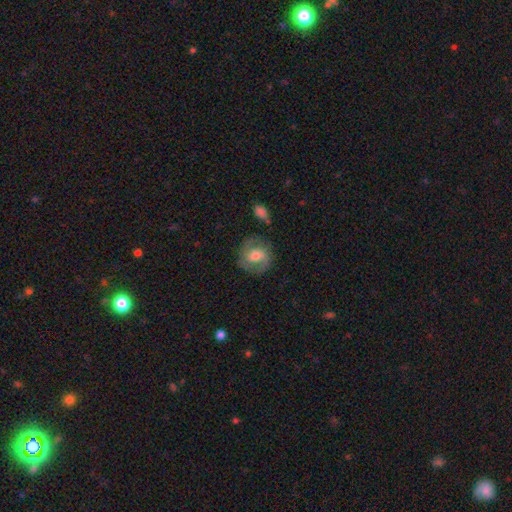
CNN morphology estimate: This is likely a featured or disk galaxy (66%). It is clearly not viewed edge-on (97%). Bar: possibly weak (46%). Spiral arm pattern: clearly yes (88%). Spiral arm count: clearly 2 (82%). Spiral winding: possibly medium (49%). Central bulge: possibly moderate (58%). Merging: likely none (75%).